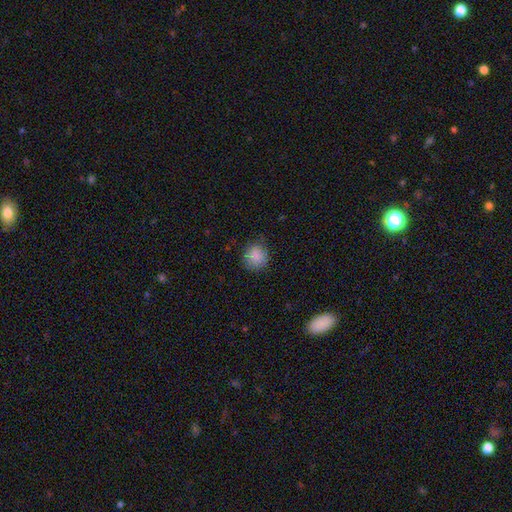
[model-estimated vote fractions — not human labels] A smooth galaxy with no disk features (87%) that is round (88%).

Vote fractions:
- Smooth or featured? smooth: 87% / star or artifact: 8% / featured or disk: 4%
- How rounded? round: 88% / in between: 11% / cigar-shaped: 1%
- Merging? none: 80% / minor disturbance: 15% / major disturbance: 4% / merger: 1%